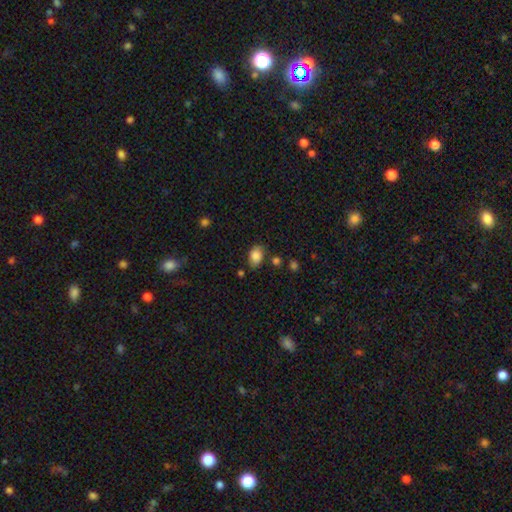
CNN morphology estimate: Overall: smooth (83%). How rounded: in between (83%). Merging: none (71%).